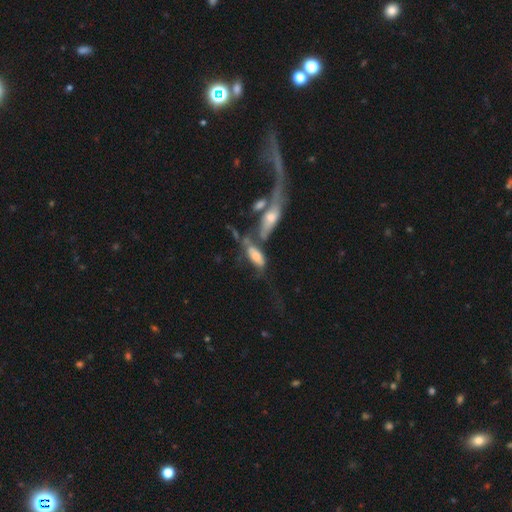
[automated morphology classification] smooth-or-featured: smooth: 59% | featured or disk: 32% | star or artifact: 9%
  how-rounded: in between: 76% | cigar-shaped: 22% | round: 3%
  merging: merger: 46% | none: 21% | major disturbance: 18% | minor disturbance: 15%